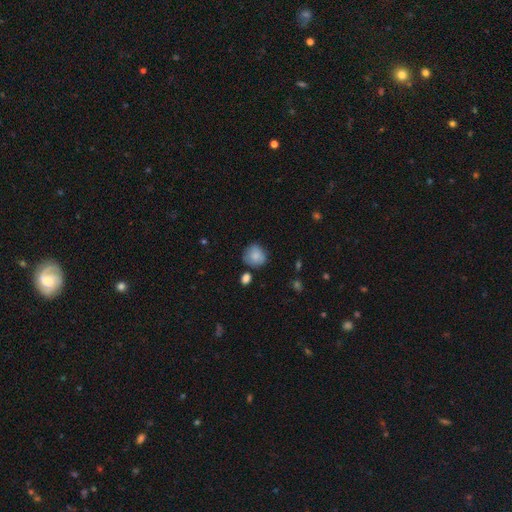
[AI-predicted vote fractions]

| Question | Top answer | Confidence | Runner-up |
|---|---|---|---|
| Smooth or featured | smooth | 82% | featured or disk (10%) |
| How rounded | round | 81% | in between (18%) |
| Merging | none | 67% | minor disturbance (23%) |